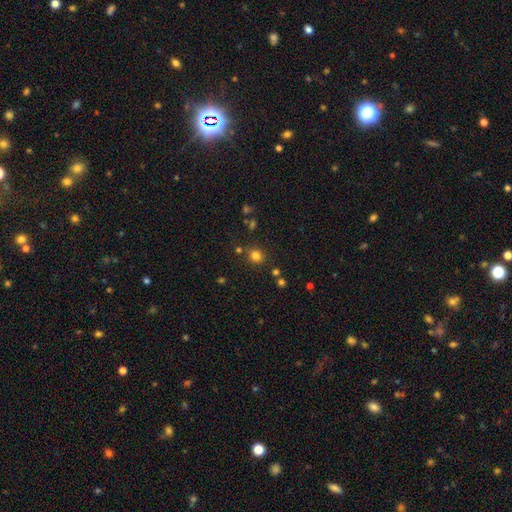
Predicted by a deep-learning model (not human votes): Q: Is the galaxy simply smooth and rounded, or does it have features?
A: smooth — 79%.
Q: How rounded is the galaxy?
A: round — 76%.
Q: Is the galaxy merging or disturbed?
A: none — 80%.